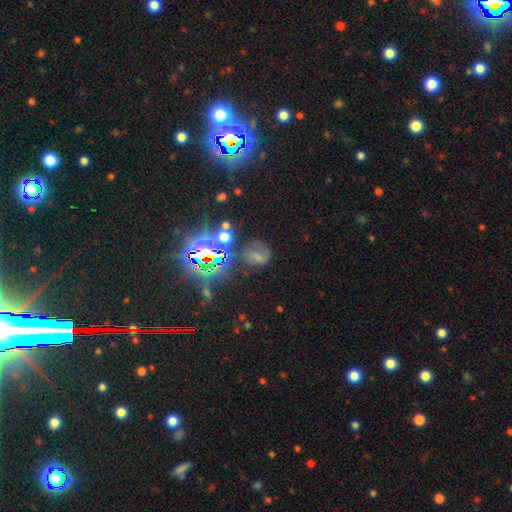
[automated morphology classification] Smooth or featured: smooth — 43% (star or artifact — 38%)
Merging: none — 60% (minor disturbance — 19%)